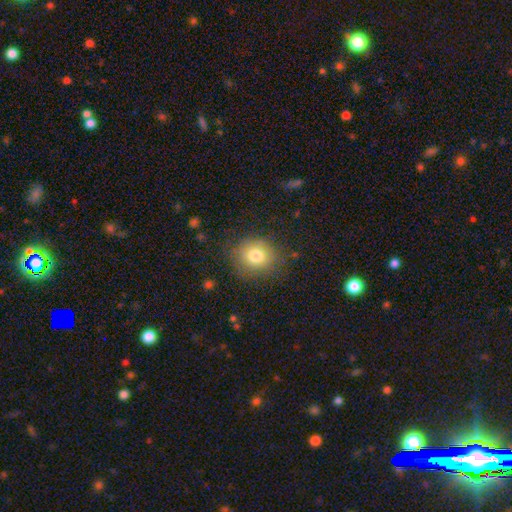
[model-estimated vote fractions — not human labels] A smooth galaxy with no disk features (78%) that is round (78%). Merging: none (79%).